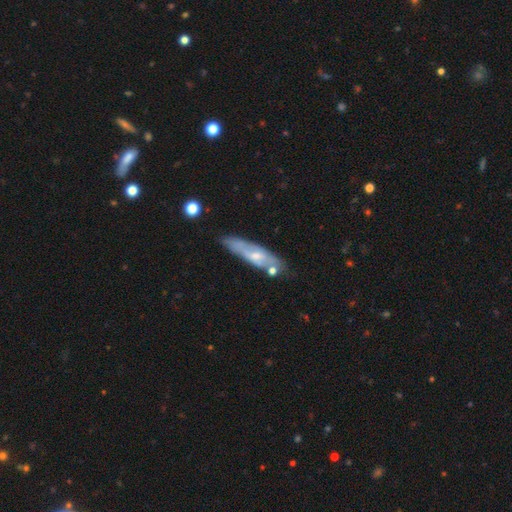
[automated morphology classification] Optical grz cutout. It shows a featured or disk galaxy (57%). Merging: none (64%).